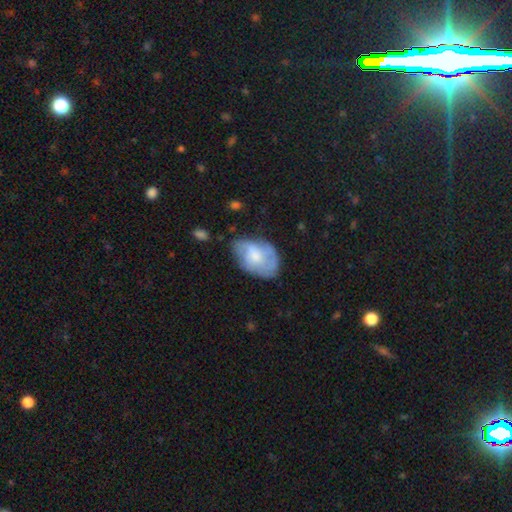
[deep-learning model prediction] Smooth or featured? Predicted: featured or disk (p=0.49). Merging? Predicted: none (p=0.53).